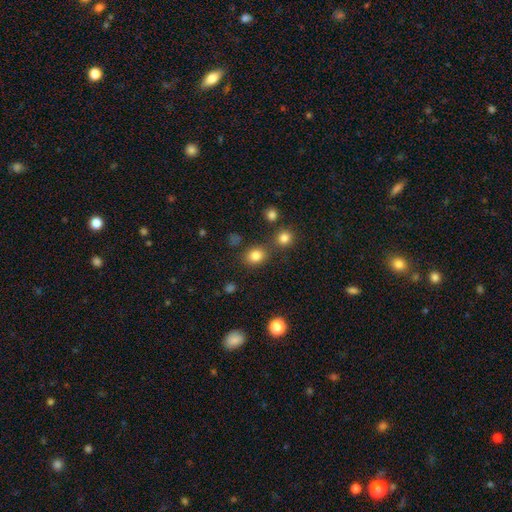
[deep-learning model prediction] A smooth galaxy with no disk features (81%) that is round (65%).

Vote fractions:
- Smooth or featured? smooth: 81% / star or artifact: 13% / featured or disk: 6%
- How rounded? round: 65% / in between: 34% / cigar-shaped: 1%
- Merging? none: 74% / merger: 11% / minor disturbance: 11% / major disturbance: 4%